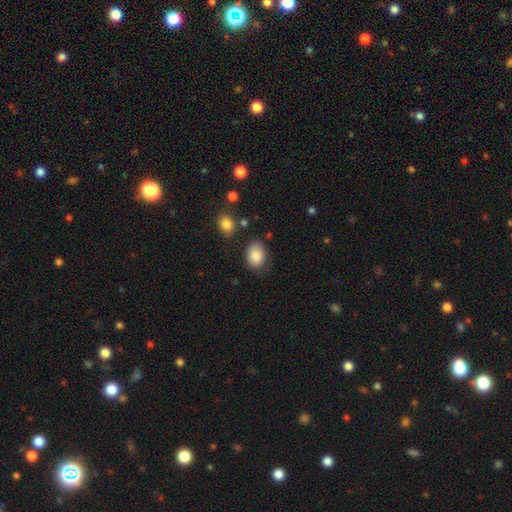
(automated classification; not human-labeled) Overall: smooth (84%). How rounded: in between (69%; round 30%). Merging: none (72%).